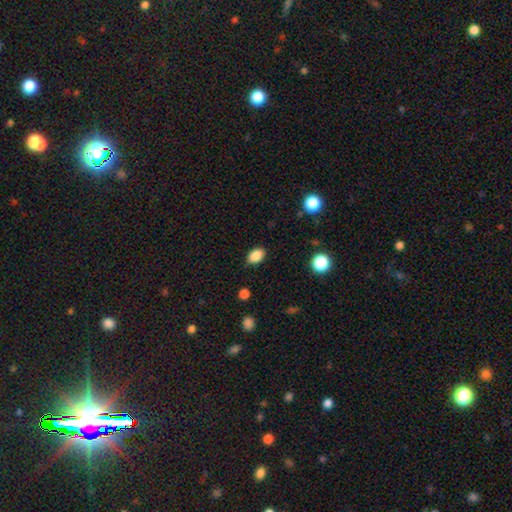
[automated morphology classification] smooth-or-featured: smooth: 87% | star or artifact: 9% | featured or disk: 5%
  how-rounded: in between: 86% | round: 13% | cigar-shaped: 2%
  merging: none: 82% | minor disturbance: 14% | major disturbance: 3% | merger: 1%